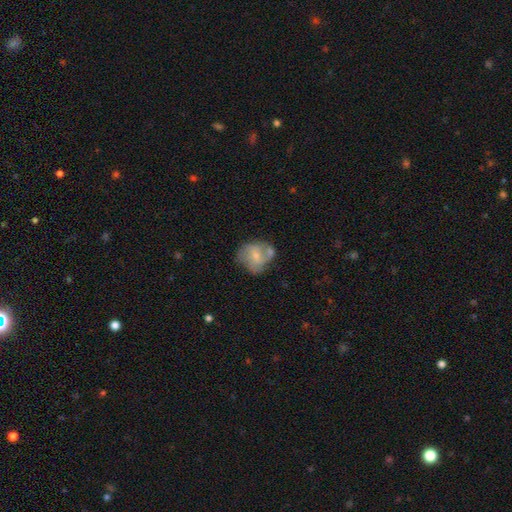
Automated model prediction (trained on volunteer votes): A featured or disk galaxy (51%) with no bar (62%), spiral arms (65%) and a small central bulge (61%).

Vote fractions:
- Smooth or featured? featured or disk: 51% / smooth: 41% / star or artifact: 7%
- Edge-on disk? no: 98% / yes: 2%
- Bar? no: 62% / weak: 31% / strong: 6%
- Spiral arms? yes: 65% / no: 35%
- Bulge size? small: 61% / moderate: 29% / none: 7% / large: 2% / dominant: 1%
- Merging? none: 39% / minor disturbance: 25% / merger: 21% / major disturbance: 15%